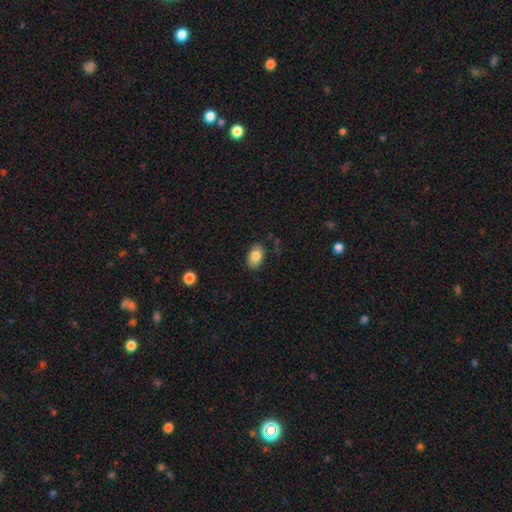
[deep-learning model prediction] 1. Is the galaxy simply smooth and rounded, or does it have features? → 85% smooth, 8% star or artifact, 7% featured or disk.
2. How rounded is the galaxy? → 84% in between, 15% round, 1% cigar-shaped.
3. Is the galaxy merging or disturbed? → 83% none, 13% minor disturbance, 3% major disturbance, 2% merger.